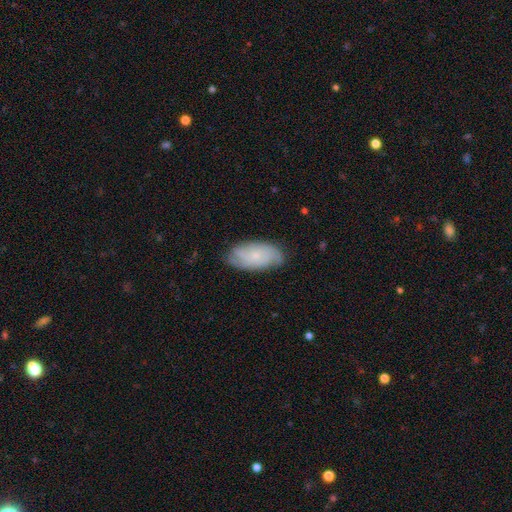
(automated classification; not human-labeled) A featured or disk galaxy (52%).

Vote fractions:
- Smooth or featured? featured or disk: 52% / smooth: 41% / star or artifact: 7%
- Edge-on disk? no: 94% / yes: 6%
- Merging? none: 76% / minor disturbance: 19% / major disturbance: 4% / merger: 1%